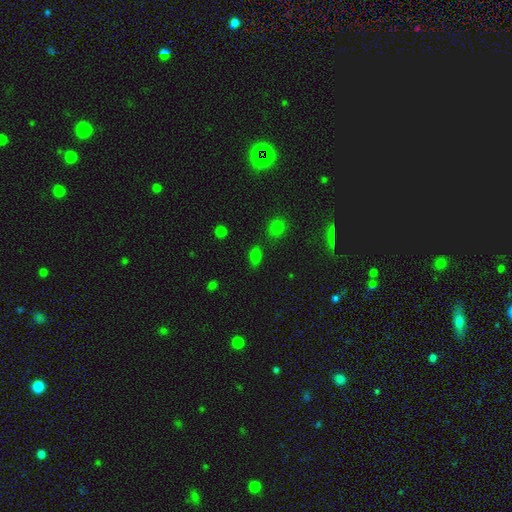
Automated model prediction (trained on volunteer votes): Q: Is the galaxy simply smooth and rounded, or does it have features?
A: smooth — 73%.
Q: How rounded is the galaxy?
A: in between — 83%.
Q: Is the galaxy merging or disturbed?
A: none — 77%.